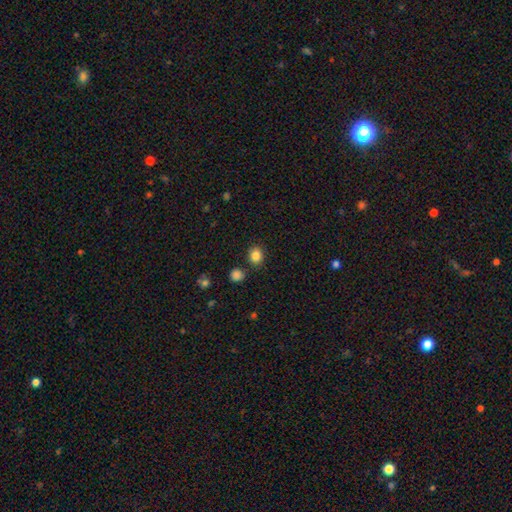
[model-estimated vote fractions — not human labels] Overall: smooth (85%). How rounded: round (66%; in between 34%). Merging: none (84%).